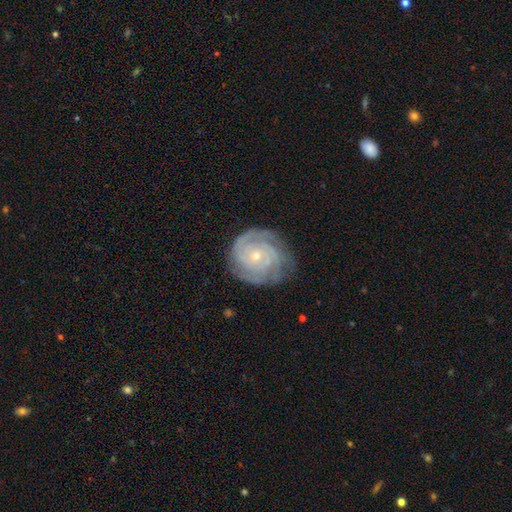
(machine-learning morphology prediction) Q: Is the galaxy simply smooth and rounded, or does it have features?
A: featured or disk — 82%.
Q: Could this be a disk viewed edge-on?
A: no — 98%.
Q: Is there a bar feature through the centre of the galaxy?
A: no — 71%.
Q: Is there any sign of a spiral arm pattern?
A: yes — 97%.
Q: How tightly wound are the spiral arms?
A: tight — 75%.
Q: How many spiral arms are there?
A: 3 — 31%.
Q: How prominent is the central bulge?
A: small — 70%.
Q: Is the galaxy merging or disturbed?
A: none — 79%.